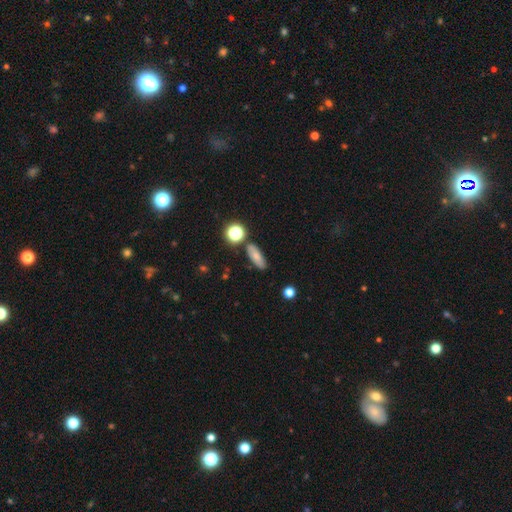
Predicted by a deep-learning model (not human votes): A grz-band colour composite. It shows a smooth galaxy with no disk features (73%) that is in between round and cigar-shaped (64%). Merging: none (79%).